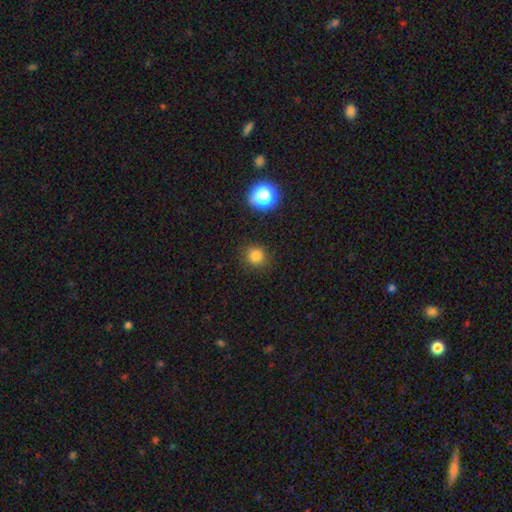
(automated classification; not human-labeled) This appears to be a smooth galaxy with no disk features (81%) that is round (91%). Merging: none (89%).